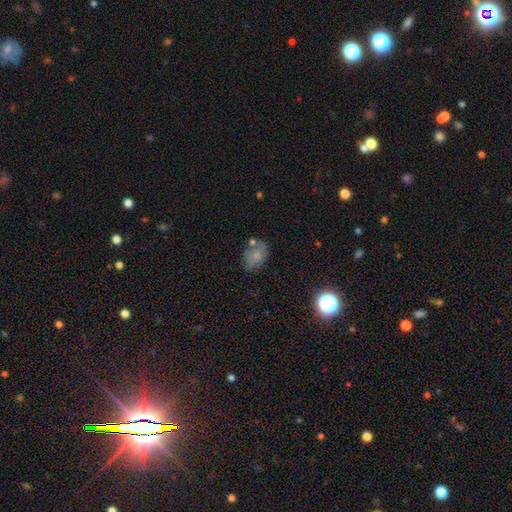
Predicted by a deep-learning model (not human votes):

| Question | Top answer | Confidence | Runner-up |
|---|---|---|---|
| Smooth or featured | smooth | 68% | featured or disk (21%) |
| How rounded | in between | 76% | round (22%) |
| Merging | none | 57% | minor disturbance (23%) |